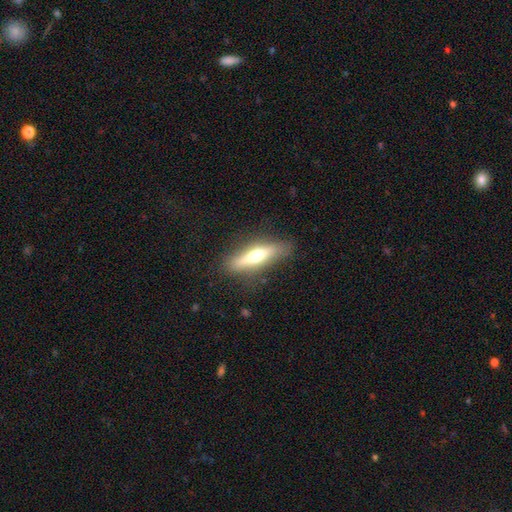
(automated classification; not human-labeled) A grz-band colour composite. It shows a smooth galaxy with no disk features (50%). Merging: none (82%).